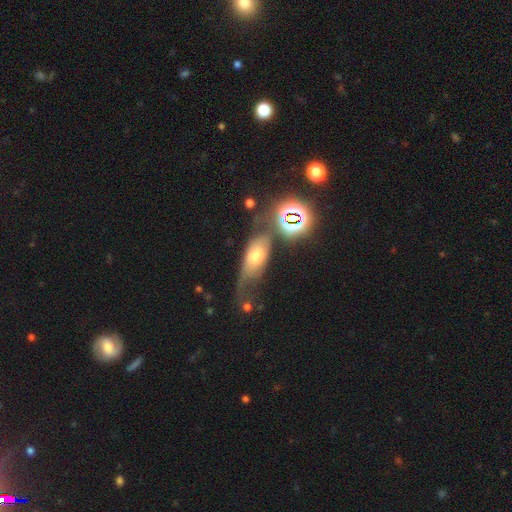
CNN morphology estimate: A smooth galaxy with no disk features (49%).

Vote fractions:
- Smooth or featured? smooth: 49% / featured or disk: 32% / star or artifact: 19%
- Merging? none: 36% / major disturbance: 27% / minor disturbance: 25% / merger: 12%